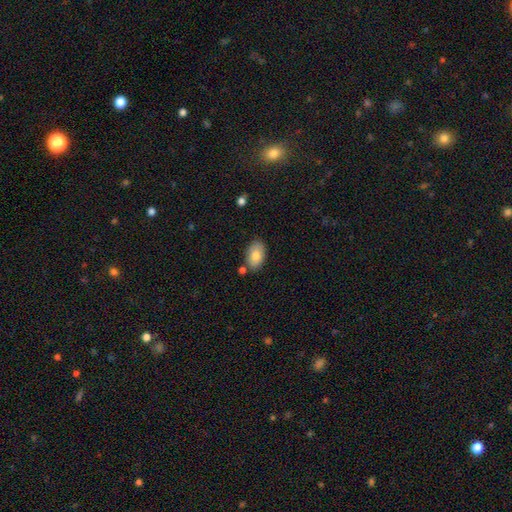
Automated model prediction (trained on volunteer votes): Smooth or featured? smooth (80%)
How rounded? in between (90%)
Merging? none (77%)